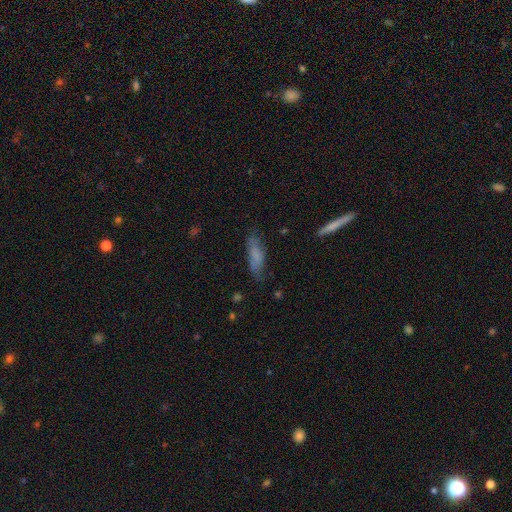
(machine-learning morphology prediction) Smooth or featured?
  - smooth: 71% *
  - featured or disk: 21%
  - star or artifact: 8%
How rounded?
  - cigar-shaped: 59% *
  - in between: 39%
  - round: 2%
Merging?
  - none: 67% *
  - minor disturbance: 24%
  - major disturbance: 7%
  - merger: 2%